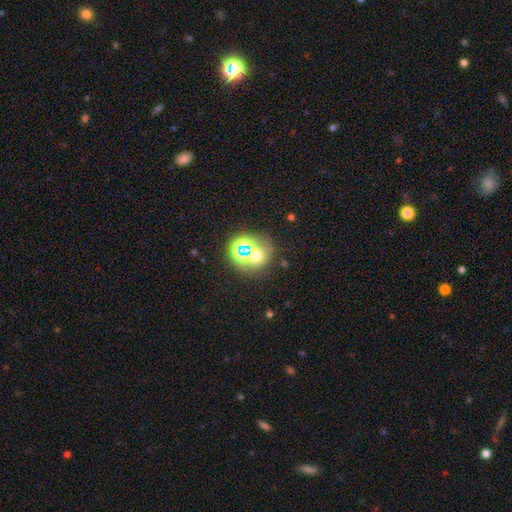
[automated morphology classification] The model was most divided on "smooth or featured": smooth: 48%, star or artifact: 38%, featured or disk: 14%. More confident: merging — none (56%).